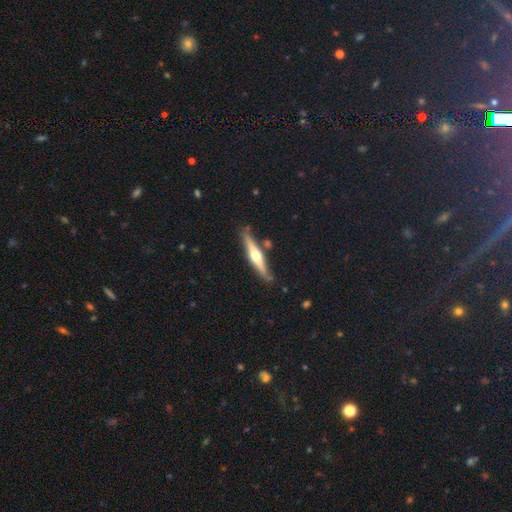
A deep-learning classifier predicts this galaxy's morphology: smooth-or-featured: featured or disk: 67% | smooth: 27% | star or artifact: 5%
  disk-edge-on: yes: 97% | no: 3%
    edge-on-bulge: rounded: 92% | none: 4% | boxy: 4%
  merging: none: 83% | minor disturbance: 10% | merger: 4% | major disturbance: 2%